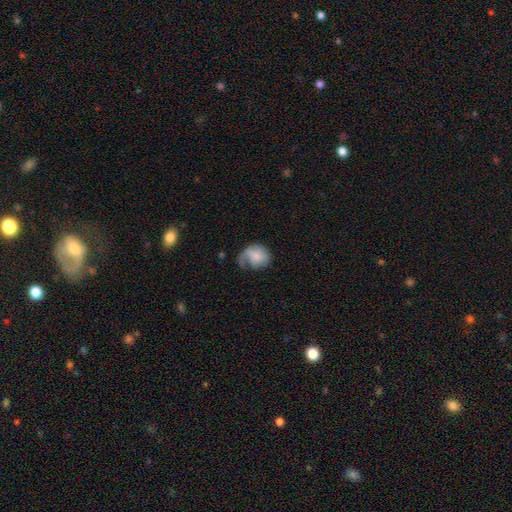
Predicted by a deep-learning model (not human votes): Morphology: type=smooth (56%); roundness=round (55%); merging=major disturbance (36%).